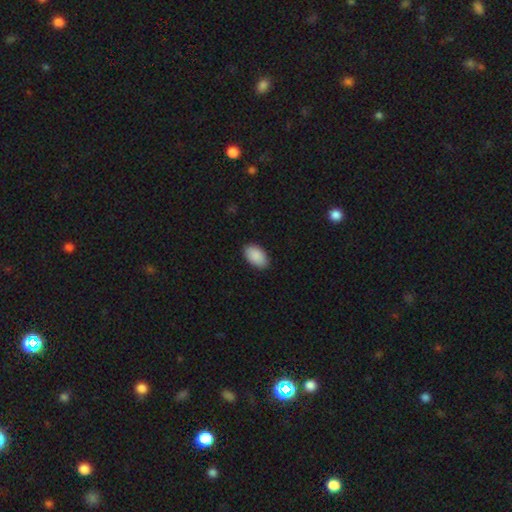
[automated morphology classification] smooth 91%, star or artifact 6%, featured or disk 3%. Down the decision tree: how rounded — in between (94%); merging — none (87%).